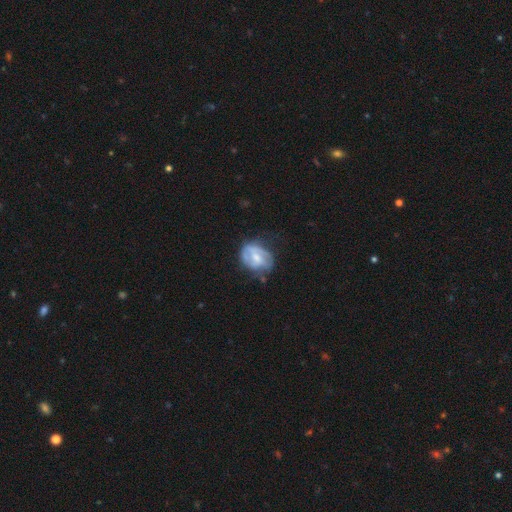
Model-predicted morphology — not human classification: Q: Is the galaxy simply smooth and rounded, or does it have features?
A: featured or disk — 64%.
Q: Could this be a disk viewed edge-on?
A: no — 97%.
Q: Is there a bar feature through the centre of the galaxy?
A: weak — 48%.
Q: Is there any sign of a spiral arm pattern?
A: yes — 72%.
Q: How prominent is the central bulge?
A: moderate — 46%.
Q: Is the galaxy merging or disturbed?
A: none — 51%.